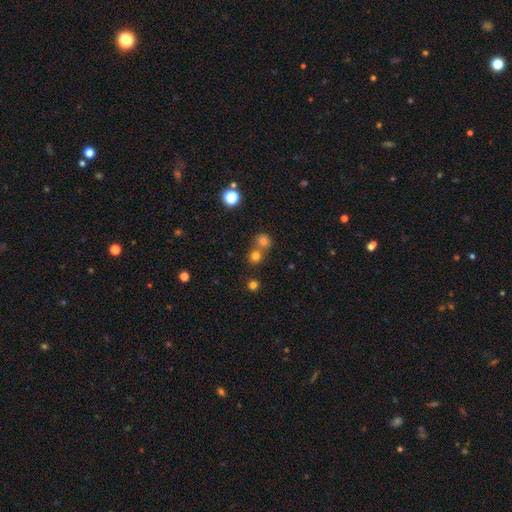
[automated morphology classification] This appears to be a smooth galaxy with no disk features (75%) that is round (87%). Merging: none (54%).